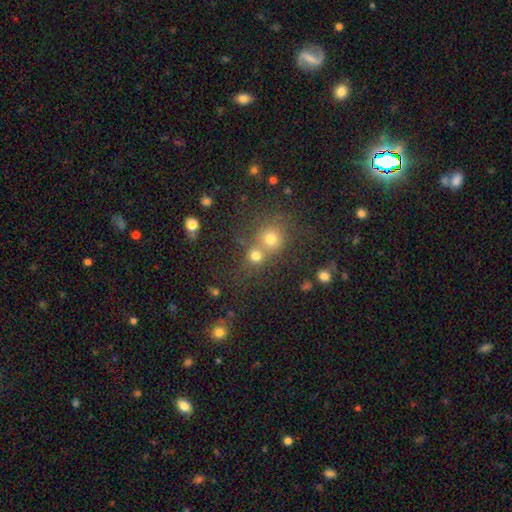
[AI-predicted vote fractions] Smooth or featured? smooth (72%)
How rounded? round (86%)
Merging? none (47%)